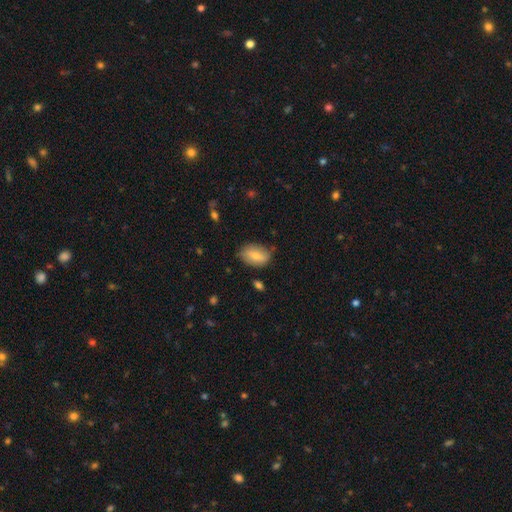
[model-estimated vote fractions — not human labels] This appears to be a smooth galaxy with no disk features (71%) that is in between round and cigar-shaped (88%). Merging: none (73%).